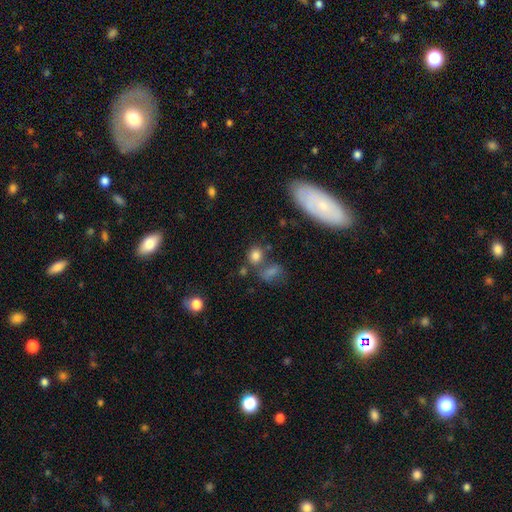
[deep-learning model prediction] Smooth or featured?
  - smooth: 79% *
  - star or artifact: 13%
  - featured or disk: 8%
How rounded?
  - round: 66% *
  - in between: 32%
  - cigar-shaped: 2%
Merging?
  - none: 60% *
  - merger: 21%
  - minor disturbance: 13%
  - major disturbance: 6%